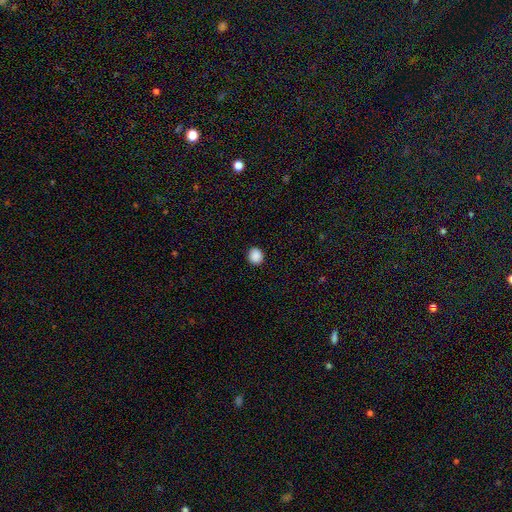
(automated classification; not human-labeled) smooth_or_featured: smooth (p=0.89) [alt: star or artifact p=0.09]
how_rounded: round (p=0.82) [alt: in between p=0.17]
merging: none (p=0.92) [alt: minor disturbance p=0.06]